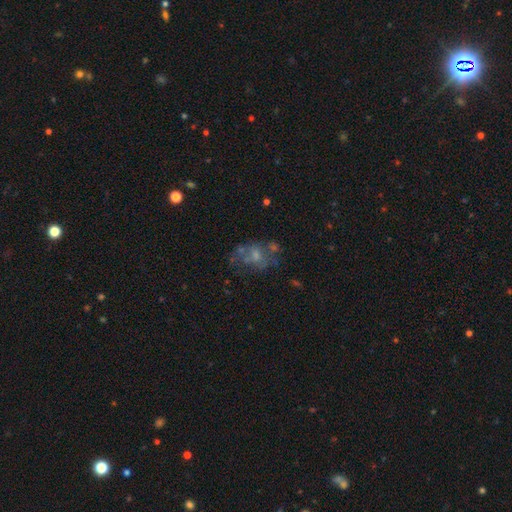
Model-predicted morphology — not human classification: smooth_or_featured: featured or disk (p=0.50) [alt: smooth p=0.36]
merging: none (p=0.38) [alt: major disturbance p=0.28]